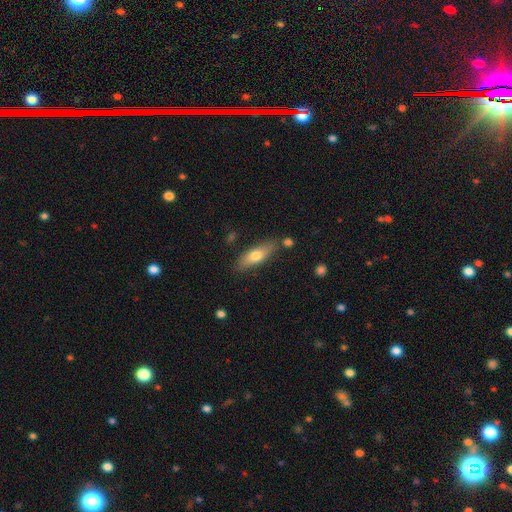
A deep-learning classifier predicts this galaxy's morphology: A smooth galaxy with no disk features (67%) that is in between round and cigar-shaped (53%). Merging: none (78%).